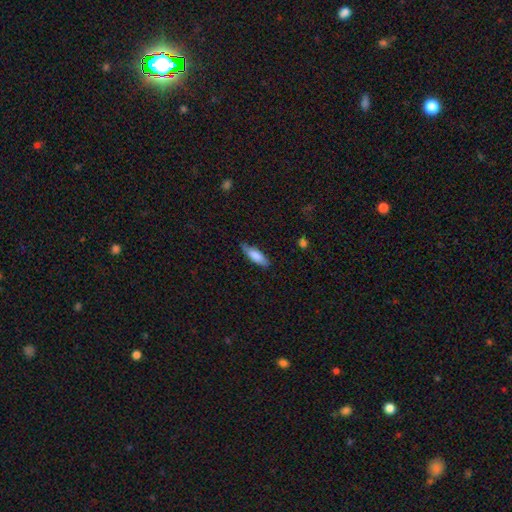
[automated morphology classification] Smooth or featured? smooth (80%)
How rounded? in between (52%)
Merging? none (76%)